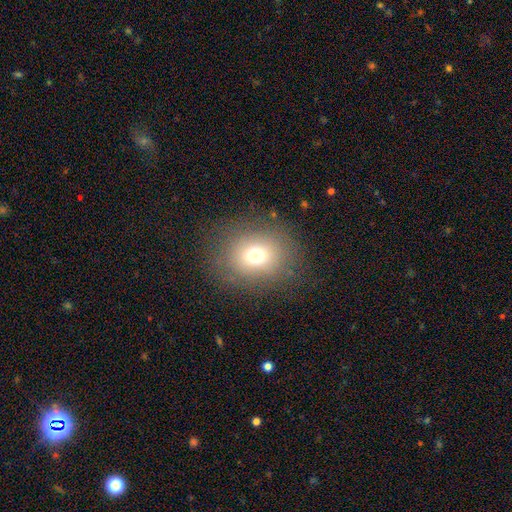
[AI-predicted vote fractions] Smooth or featured: smooth — 70% (star or artifact — 17%)
How rounded: round — 65% (in between — 34%)
Merging: none — 81% (minor disturbance — 10%)